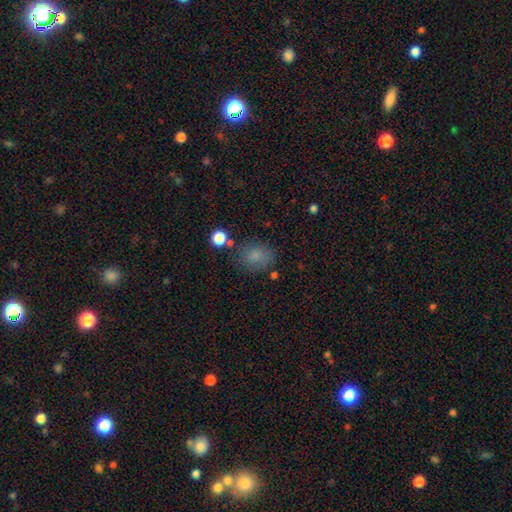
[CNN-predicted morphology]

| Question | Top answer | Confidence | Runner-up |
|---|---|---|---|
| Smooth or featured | smooth | 78% | star or artifact (14%) |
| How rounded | in between | 51% | round (47%) |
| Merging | none | 73% | minor disturbance (17%) |